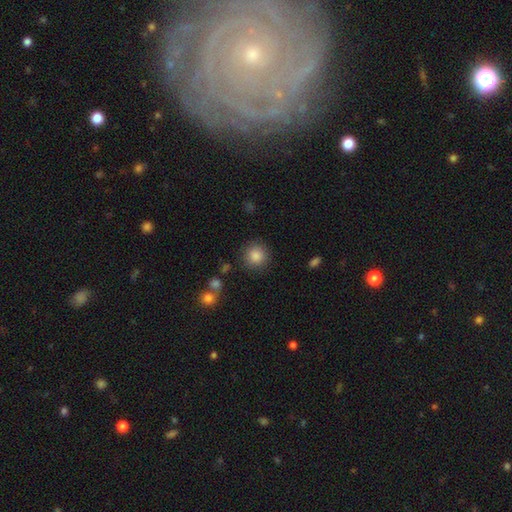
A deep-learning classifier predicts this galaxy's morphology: smooth_or_featured: smooth (p=0.86) [alt: star or artifact p=0.09]
how_rounded: round (p=0.93) [alt: in between p=0.06]
merging: none (p=0.86) [alt: minor disturbance p=0.08]